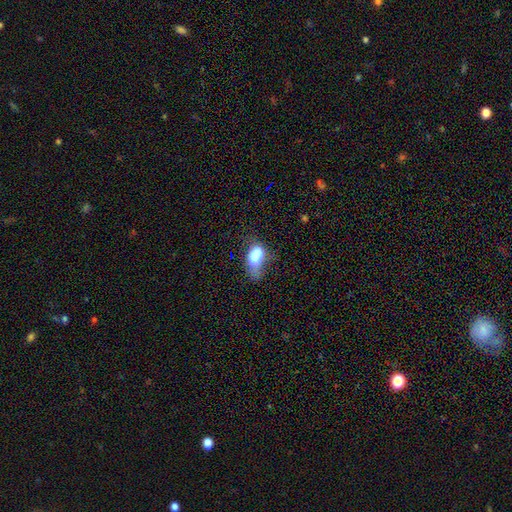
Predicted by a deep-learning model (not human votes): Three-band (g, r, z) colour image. It shows a smooth galaxy with no disk features (77%) that is in between round and cigar-shaped (90%). Merging: major disturbance (37%).